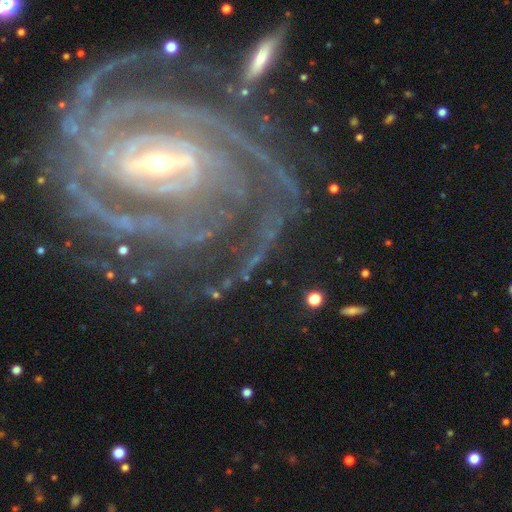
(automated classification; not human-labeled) This appears to be a featured or disk galaxy (89%) with a strong bar (58%), 2 (25%) tight (65%) spiral arms (95%) and a small central bulge (57%). Merging: none (64%).